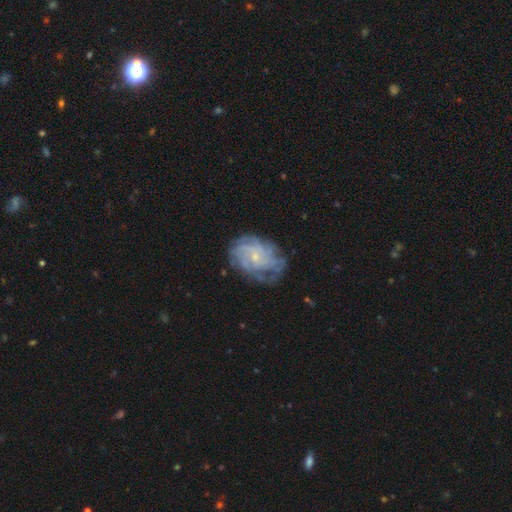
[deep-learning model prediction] Smooth or featured?
  - featured or disk: 79% *
  - smooth: 12%
  - star or artifact: 8%
Edge-on disk?
  - no: 97% *
  - yes: 3%
Bar?
  - no: 72% *
  - weak: 24%
  - strong: 4%
Spiral arms?
  - yes: 91% *
  - no: 9%
Spiral winding?
  - tight: 60% *
  - medium: 30%
  - loose: 10%
Spiral arm count?
  - can't tell: 41% *
  - 4: 20%
  - more than 4: 12%
  - 3: 11%
  - 2: 9%
  - 1: 6%
Bulge size?
  - small: 78% *
  - moderate: 15%
  - none: 5%
  - large: 1%
  - dominant: 1%
Merging?
  - none: 68% *
  - minor disturbance: 20%
  - major disturbance: 10%
  - merger: 2%